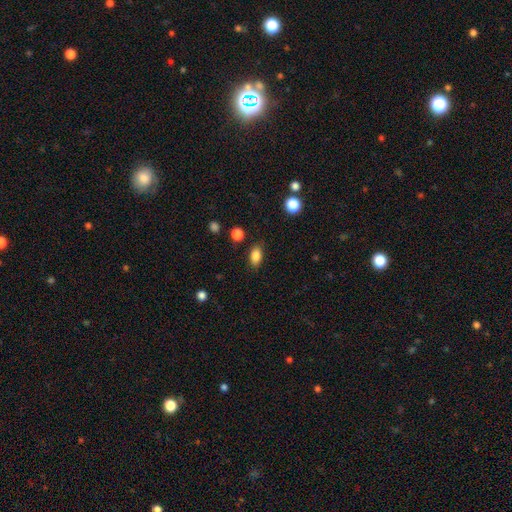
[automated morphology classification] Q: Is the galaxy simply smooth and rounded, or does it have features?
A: smooth — 85%.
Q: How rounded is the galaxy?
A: in between — 86%.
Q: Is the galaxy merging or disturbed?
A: none — 84%.